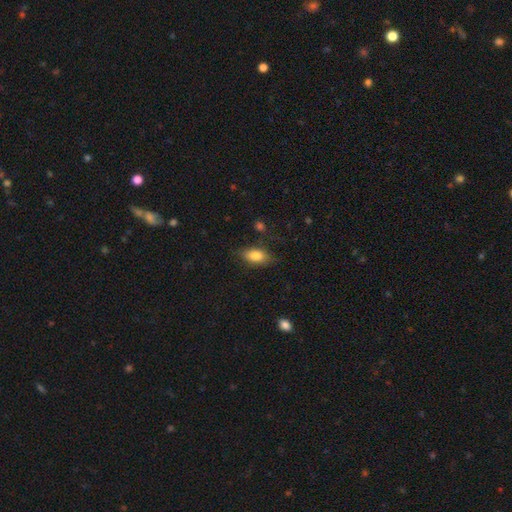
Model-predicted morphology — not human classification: This is clearly a smooth galaxy (81%). How rounded: clearly in between (86%). Merging: likely none (76%).